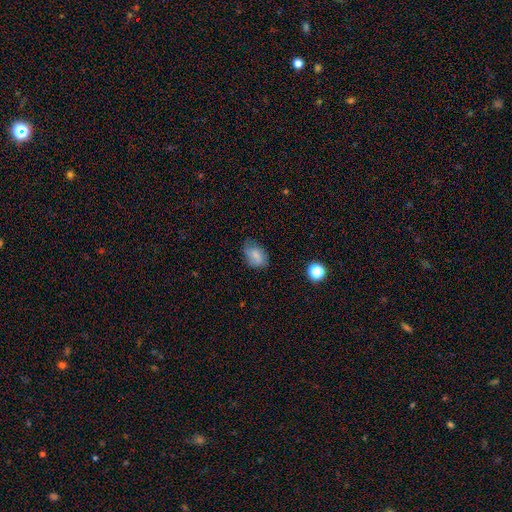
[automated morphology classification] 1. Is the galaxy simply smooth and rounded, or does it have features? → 78% smooth, 13% featured or disk, 9% star or artifact.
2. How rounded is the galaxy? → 80% in between, 19% round, 2% cigar-shaped.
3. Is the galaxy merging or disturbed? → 59% none, 31% minor disturbance, 8% major disturbance, 2% merger.